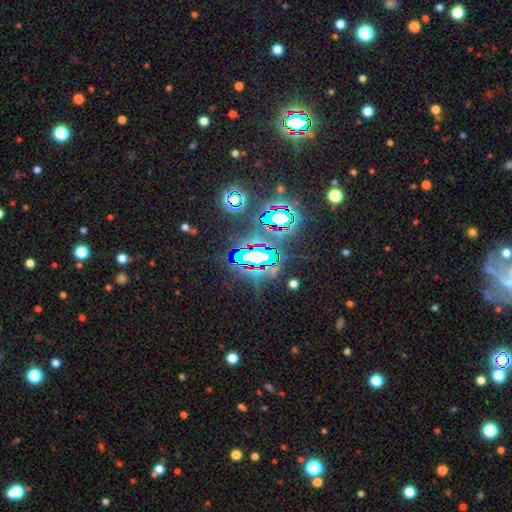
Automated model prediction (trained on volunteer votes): Q: Smooth or featured?
A: star or artifact (75%); runner-up: featured or disk (13%)